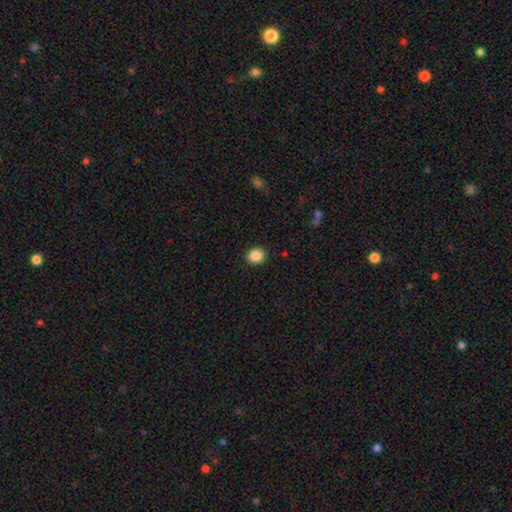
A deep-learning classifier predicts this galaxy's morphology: This appears to be a smooth galaxy with no disk features (87%) that is round (65%). Merging: none (91%).